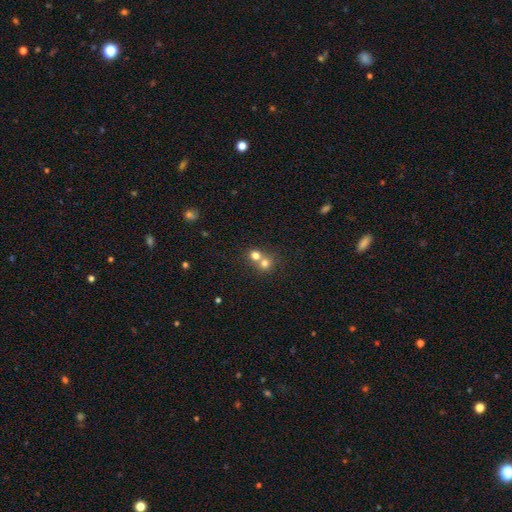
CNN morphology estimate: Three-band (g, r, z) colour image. It shows a smooth galaxy with no disk features (75%) that is round (81%). Merging: merger (59%).